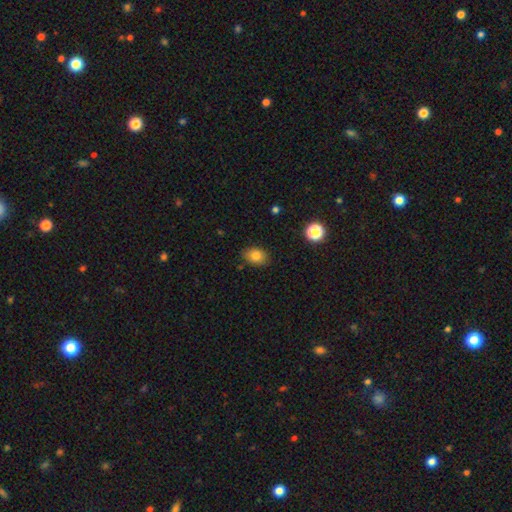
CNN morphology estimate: Smooth or featured? smooth (82%)
How rounded? in between (74%)
Merging? none (84%)